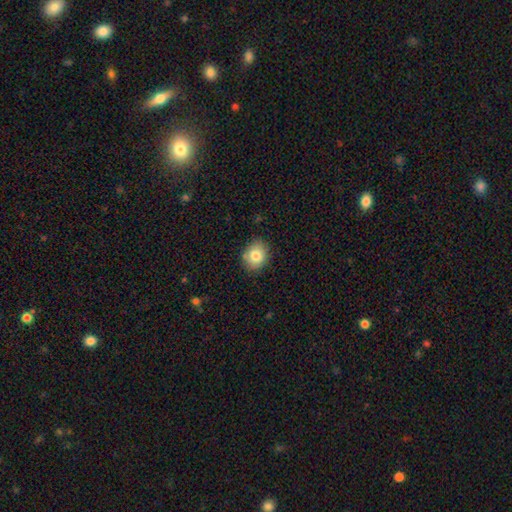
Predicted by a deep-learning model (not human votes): This appears to be a smooth galaxy with no disk features (80%) that is round (66%). Merging: none (84%).